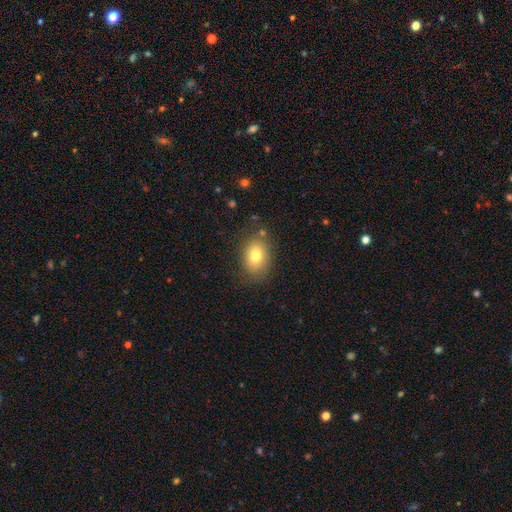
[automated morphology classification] This is likely a smooth galaxy (77%). How rounded: likely in between (73%). Merging: likely none (79%).